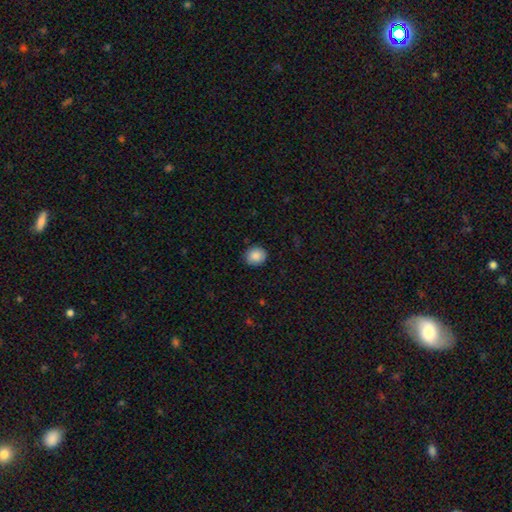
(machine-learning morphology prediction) smooth_or_featured: smooth (p=0.88) [alt: star or artifact p=0.08]
how_rounded: round (p=0.75) [alt: in between p=0.24]
merging: none (p=0.89) [alt: minor disturbance p=0.08]